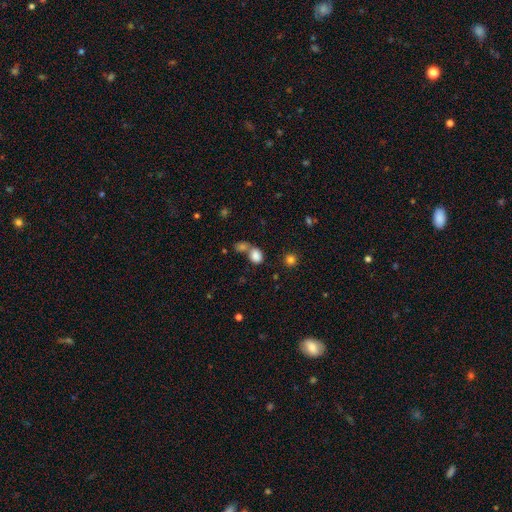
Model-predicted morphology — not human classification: type=smooth (83%); roundness=in between (60%); merging=merger (44%).